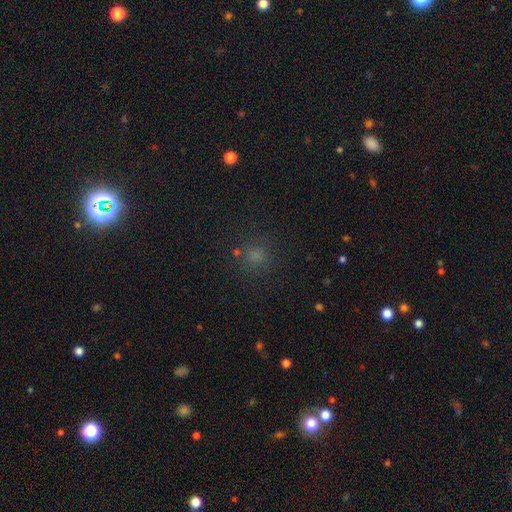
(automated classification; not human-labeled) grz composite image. It shows a smooth galaxy with no disk features (70%) that is round (91%). Merging: none (82%).